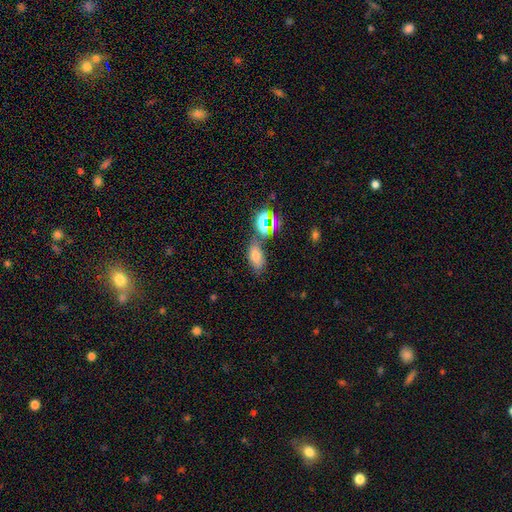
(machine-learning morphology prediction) Smooth or featured: smooth — 60% (star or artifact — 27%)
How rounded: in between — 86% (round — 9%)
Merging: none — 64% (merger — 15%)